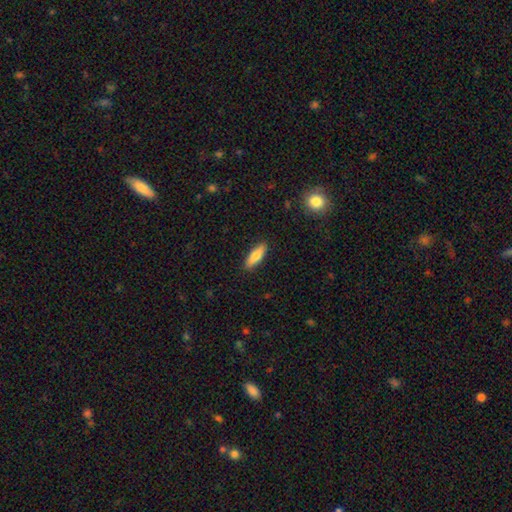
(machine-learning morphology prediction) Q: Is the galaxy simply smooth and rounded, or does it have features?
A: smooth — 77%.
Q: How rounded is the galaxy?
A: in between — 52%.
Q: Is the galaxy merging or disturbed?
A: none — 89%.